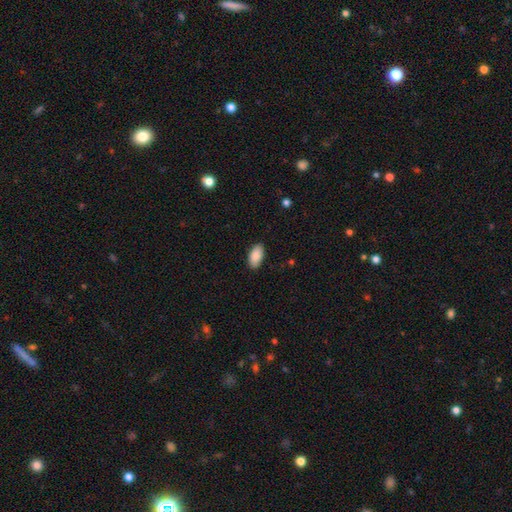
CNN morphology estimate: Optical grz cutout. It shows a smooth galaxy with no disk features (89%) that is in between round and cigar-shaped (94%). Merging: none (88%).